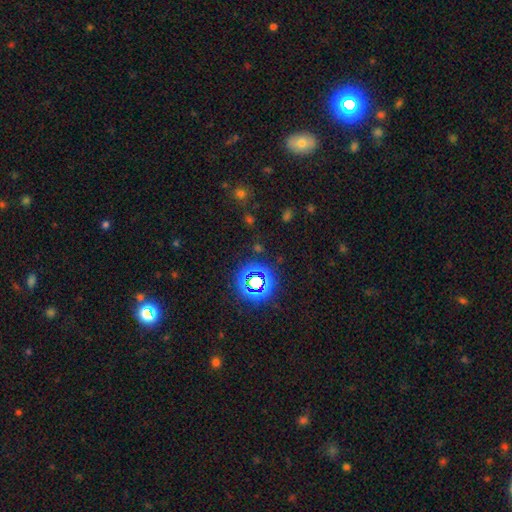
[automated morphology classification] This appears to be a star or artifact, not a galaxy (64%).